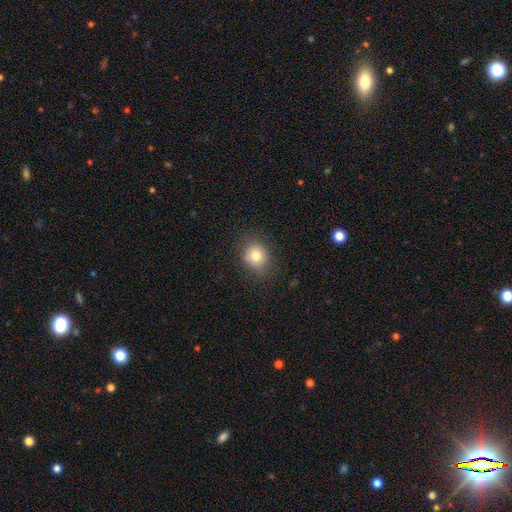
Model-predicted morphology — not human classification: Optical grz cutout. It shows a smooth galaxy with no disk features (80%) that is round (72%). Merging: none (82%).